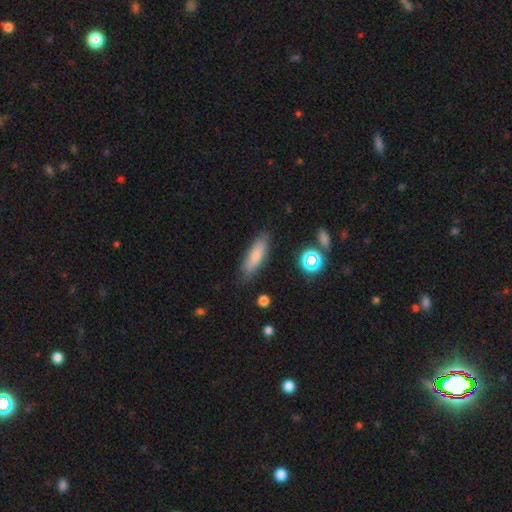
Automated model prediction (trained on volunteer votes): smooth 74%, featured or disk 17%, star or artifact 9%. Down the decision tree: how rounded — cigar-shaped (50%); merging — none (81%).